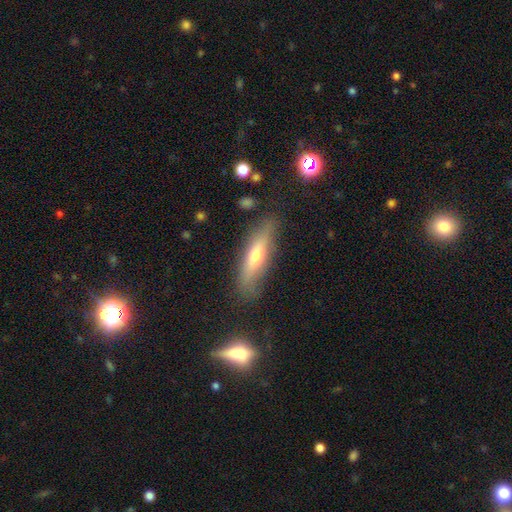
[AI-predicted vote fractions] smooth-or-featured: smooth: 50% | featured or disk: 42% | star or artifact: 8%
  merging: none: 78% | minor disturbance: 15% | major disturbance: 4% | merger: 3%